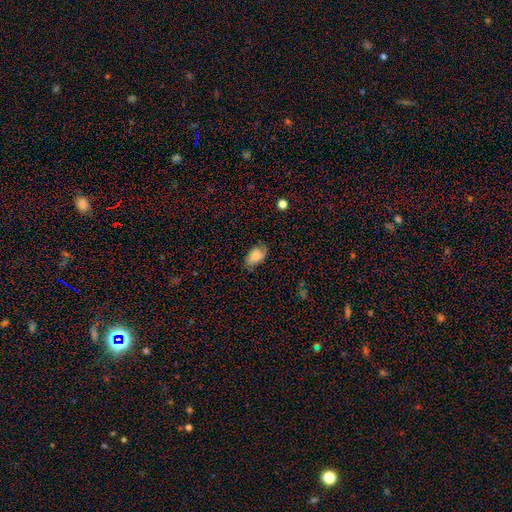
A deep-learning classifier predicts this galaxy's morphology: Overall: smooth (68%). How rounded: in between (91%). Merging: none (69%).